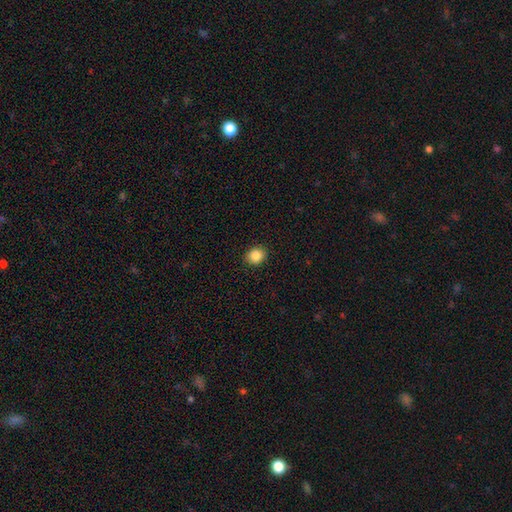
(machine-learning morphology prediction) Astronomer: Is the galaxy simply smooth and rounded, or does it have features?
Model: smooth — 86%.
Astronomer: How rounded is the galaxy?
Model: round — 67%.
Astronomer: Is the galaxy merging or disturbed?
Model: none — 90%.